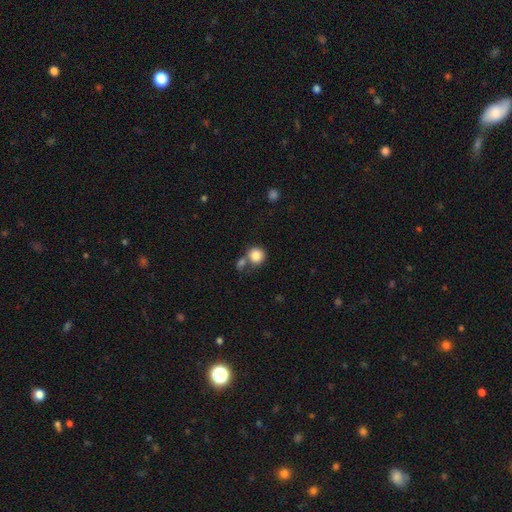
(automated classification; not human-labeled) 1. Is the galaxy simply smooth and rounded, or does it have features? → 84% smooth, 9% star or artifact, 7% featured or disk.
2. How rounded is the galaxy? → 89% round, 10% in between, 1% cigar-shaped.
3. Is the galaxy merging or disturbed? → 56% none, 29% merger, 11% minor disturbance, 4% major disturbance.